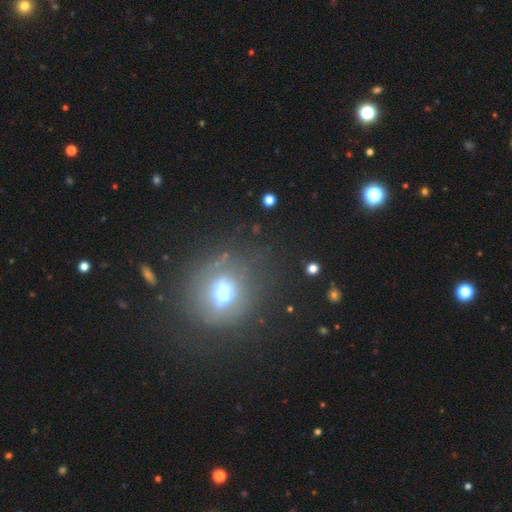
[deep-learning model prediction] The model was most divided on "smooth or featured": smooth: 46%, star or artifact: 28%, featured or disk: 27%. More confident: merging — none (78%).